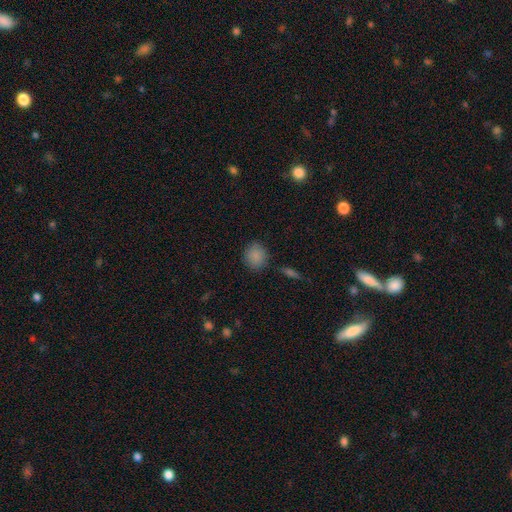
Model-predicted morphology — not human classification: Smooth or featured: smooth — 86% (star or artifact — 9%)
How rounded: round — 78% (in between — 21%)
Merging: none — 82% (minor disturbance — 11%)